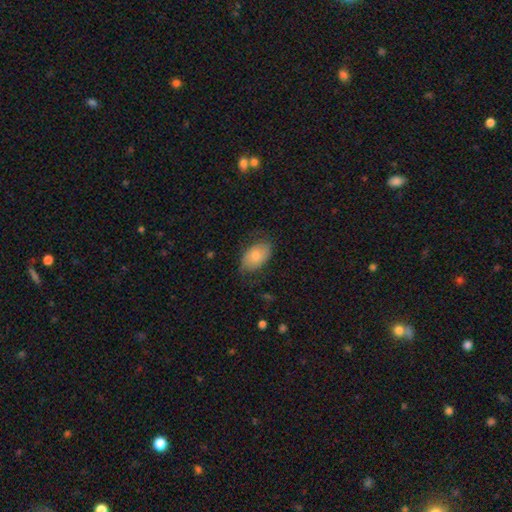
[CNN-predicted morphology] Smooth or featured? smooth (73%)
How rounded? in between (91%)
Merging? none (65%)